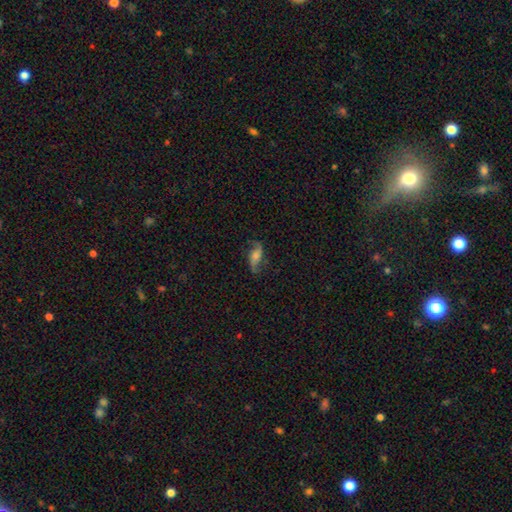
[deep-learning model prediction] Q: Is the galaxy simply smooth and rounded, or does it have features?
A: featured or disk — 62%.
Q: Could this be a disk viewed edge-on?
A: no — 90%.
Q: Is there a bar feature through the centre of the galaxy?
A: no — 57%.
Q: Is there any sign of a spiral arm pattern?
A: yes — 91%.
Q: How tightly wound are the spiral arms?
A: loose — 69%.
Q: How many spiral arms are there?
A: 2 — 90%.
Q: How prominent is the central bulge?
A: moderate — 42%.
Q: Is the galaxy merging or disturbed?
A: none — 73%.